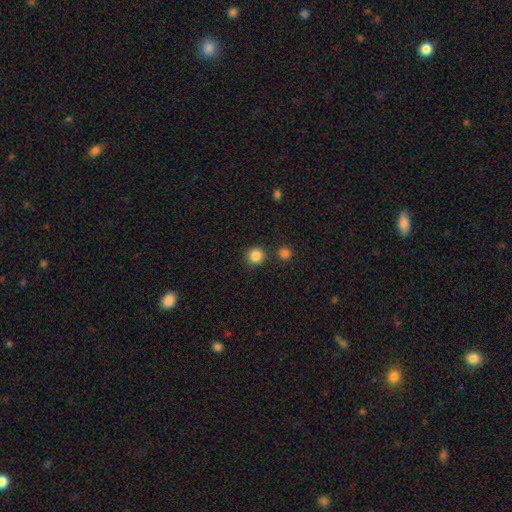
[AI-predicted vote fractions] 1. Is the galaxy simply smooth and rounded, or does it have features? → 85% smooth, 11% star or artifact, 4% featured or disk.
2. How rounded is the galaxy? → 93% round, 6% in between, 1% cigar-shaped.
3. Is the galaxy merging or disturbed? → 85% none, 6% minor disturbance, 6% merger, 2% major disturbance.